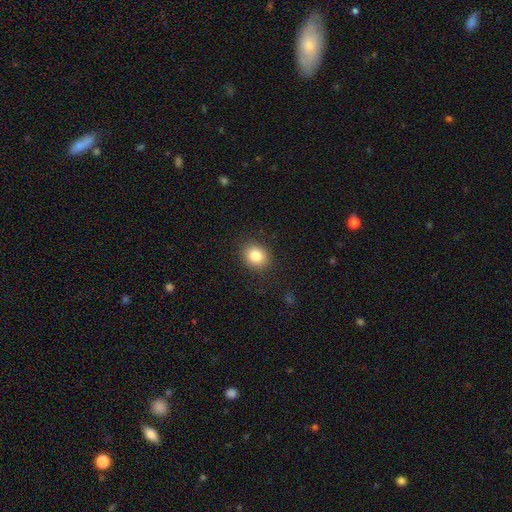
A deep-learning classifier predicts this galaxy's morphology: Smooth or featured?
  - smooth: 84% *
  - star or artifact: 9%
  - featured or disk: 7%
How rounded?
  - round: 59% *
  - in between: 40%
  - cigar-shaped: 1%
Merging?
  - none: 88% *
  - minor disturbance: 9%
  - major disturbance: 3%
  - merger: 1%